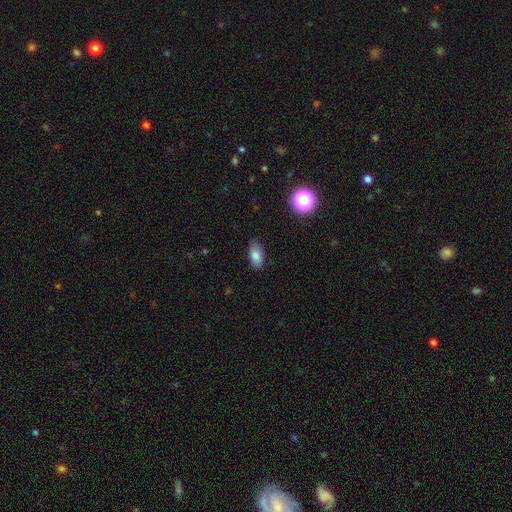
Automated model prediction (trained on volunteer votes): This appears to be a smooth galaxy with no disk features (81%) that is in between round and cigar-shaped (89%). Merging: none (80%).